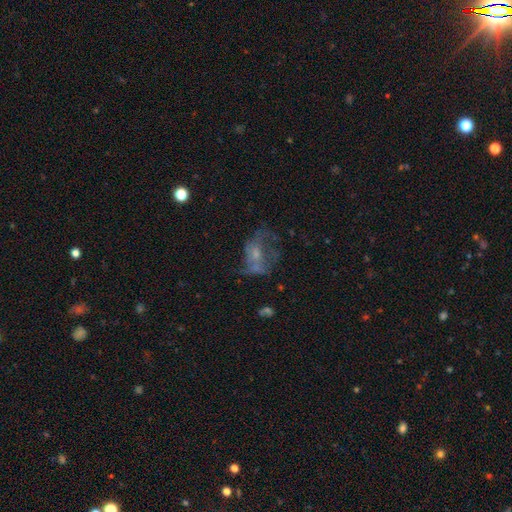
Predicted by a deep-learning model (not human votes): This appears to be a featured or disk galaxy (55%) with no bar (75%), no spiral arms (66%) and a small central bulge (49%). Merging: major disturbance (42%).